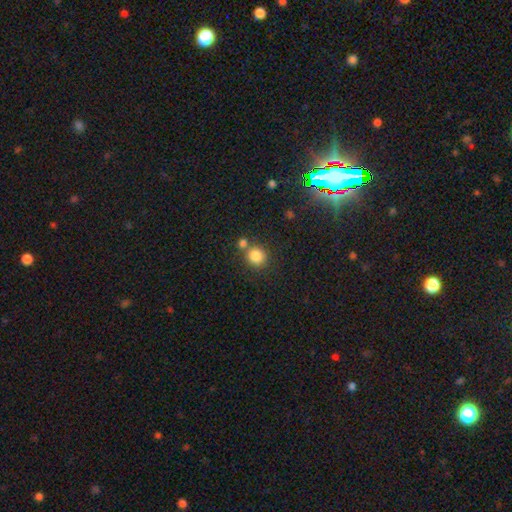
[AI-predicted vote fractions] A smooth galaxy with no disk features (83%) that is round (89%).

Vote fractions:
- Smooth or featured? smooth: 83% / star or artifact: 11% / featured or disk: 5%
- How rounded? round: 89% / in between: 10% / cigar-shaped: 1%
- Merging? none: 65% / merger: 23% / minor disturbance: 9% / major disturbance: 3%